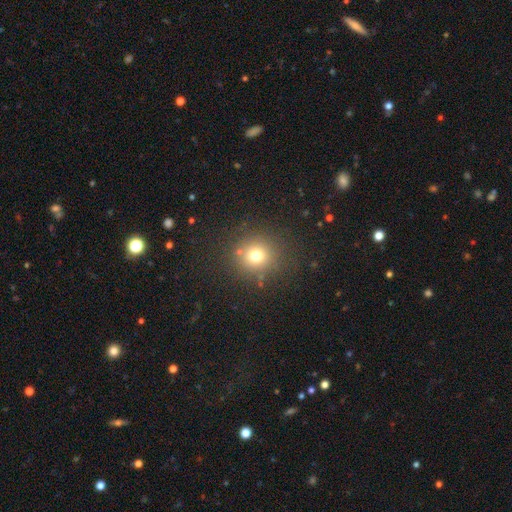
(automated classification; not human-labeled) A smooth galaxy with no disk features (72%) that is round (90%).

Vote fractions:
- Smooth or featured? smooth: 72% / star or artifact: 19% / featured or disk: 10%
- How rounded? round: 90% / in between: 9% / cigar-shaped: 1%
- Merging? none: 85% / minor disturbance: 8% / major disturbance: 4% / merger: 2%